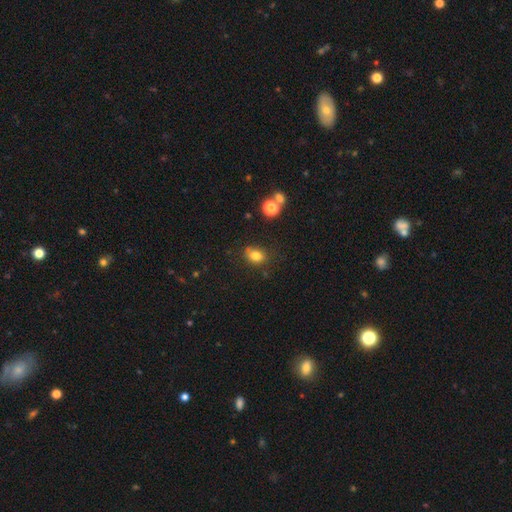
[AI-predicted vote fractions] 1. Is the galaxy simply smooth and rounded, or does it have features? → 80% smooth, 12% star or artifact, 8% featured or disk.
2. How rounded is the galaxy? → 63% in between, 36% round, 1% cigar-shaped.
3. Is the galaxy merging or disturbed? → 69% none, 20% minor disturbance, 5% major disturbance, 5% merger.